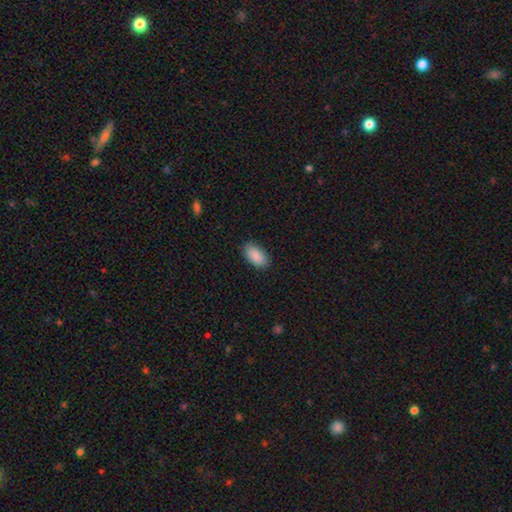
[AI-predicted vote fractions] Smooth or featured: smooth — 90% (star or artifact — 6%)
How rounded: in between — 95% (round — 3%)
Merging: none — 87% (minor disturbance — 10%)